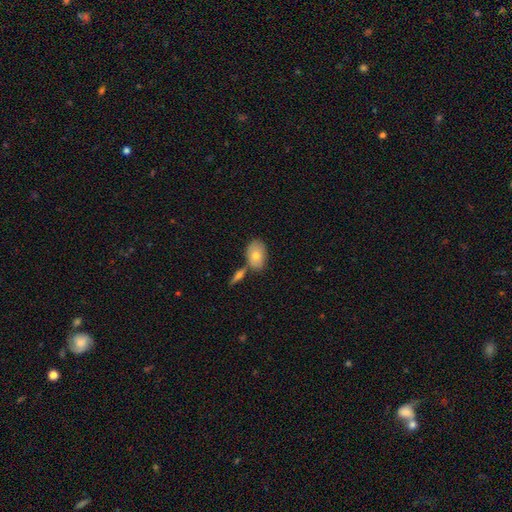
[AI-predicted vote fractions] Smooth or featured: smooth — 73% (featured or disk — 20%)
How rounded: in between — 84% (round — 14%)
Merging: none — 61% (merger — 22%)